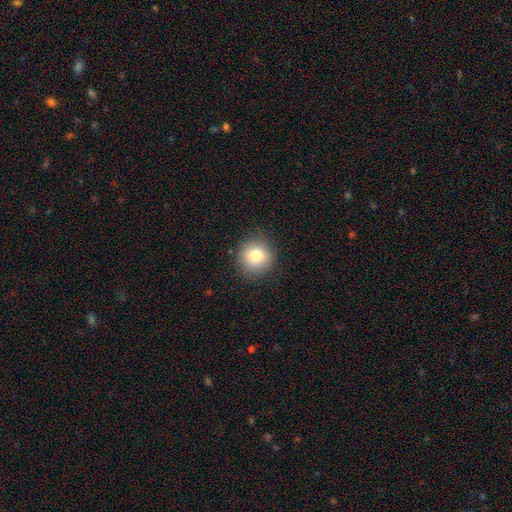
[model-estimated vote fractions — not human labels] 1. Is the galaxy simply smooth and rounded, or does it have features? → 80% smooth, 10% star or artifact, 9% featured or disk.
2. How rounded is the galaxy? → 90% round, 9% in between, 1% cigar-shaped.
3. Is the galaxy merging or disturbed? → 86% none, 10% minor disturbance, 3% major disturbance, 1% merger.